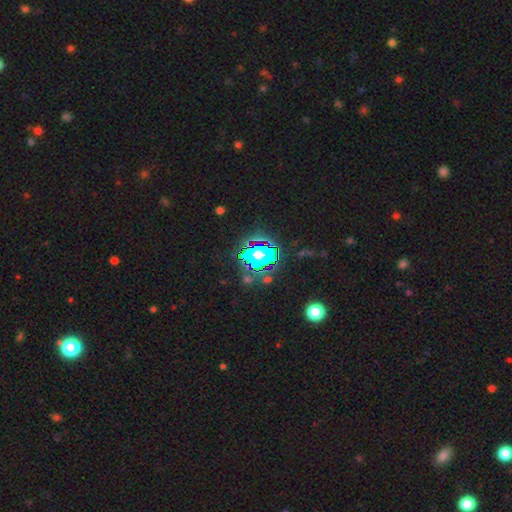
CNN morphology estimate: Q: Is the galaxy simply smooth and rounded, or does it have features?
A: star or artifact — 64%.